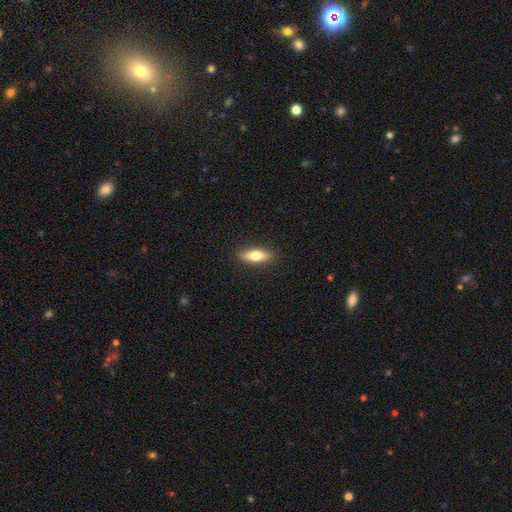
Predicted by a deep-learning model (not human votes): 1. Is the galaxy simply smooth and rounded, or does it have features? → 67% smooth, 27% featured or disk, 6% star or artifact.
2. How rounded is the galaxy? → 55% in between, 42% cigar-shaped, 3% round.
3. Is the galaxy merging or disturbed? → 90% none, 8% minor disturbance, 2% major disturbance, 1% merger.